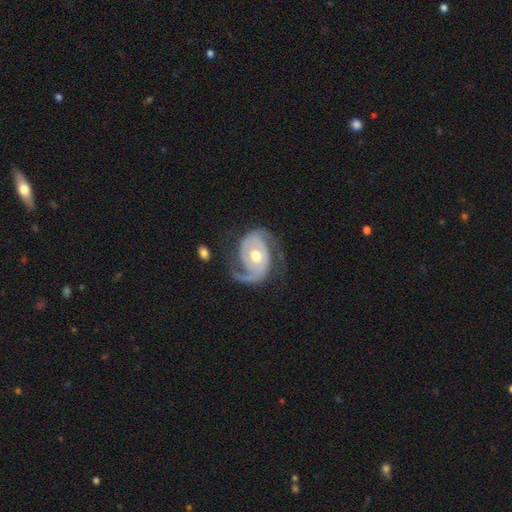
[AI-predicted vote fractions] This is clearly a featured or disk galaxy (90%). It is clearly not viewed edge-on (97%). Bar: likely no (64%). Spiral arm pattern: clearly yes (96%). Spiral arm count: likely 2 (80%). Spiral winding: marginally medium (44%). Central bulge: likely moderate (77%). Merging: likely none (64%).